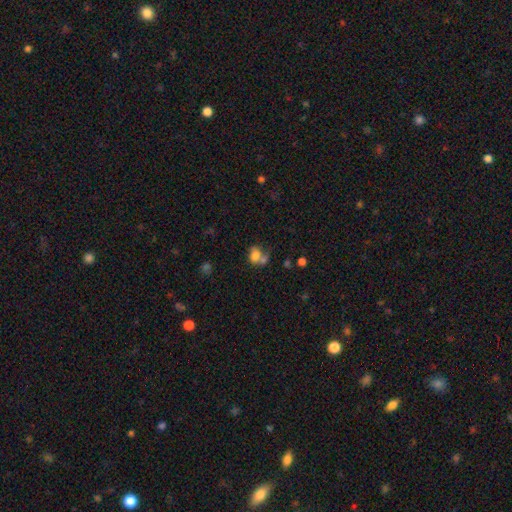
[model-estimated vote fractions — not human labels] The model was most divided on "how rounded": in between: 56%, round: 43%, cigar-shaped: 1%. Remaining: smooth or featured — smooth (74%); merging — merger (45%).